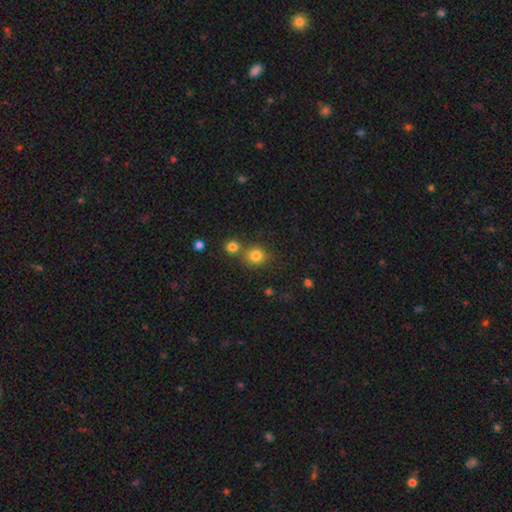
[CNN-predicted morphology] The model was most divided on "merging": none: 67%, merger: 21%, minor disturbance: 9%, major disturbance: 3%. More confident: how rounded — round (88%); smooth or featured — smooth (81%).